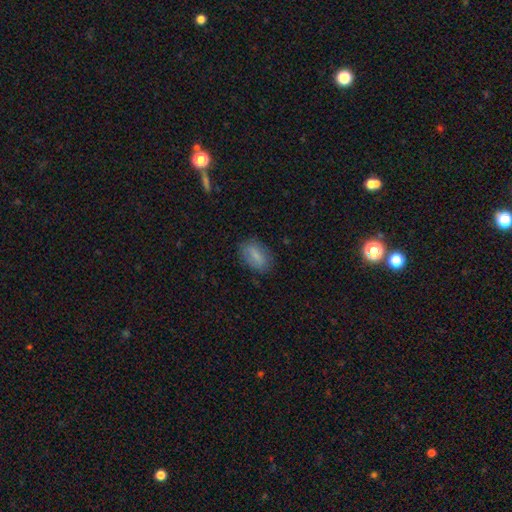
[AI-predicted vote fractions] A smooth galaxy with no disk features (77%) that is in between round and cigar-shaped (87%). Merging: none (80%).